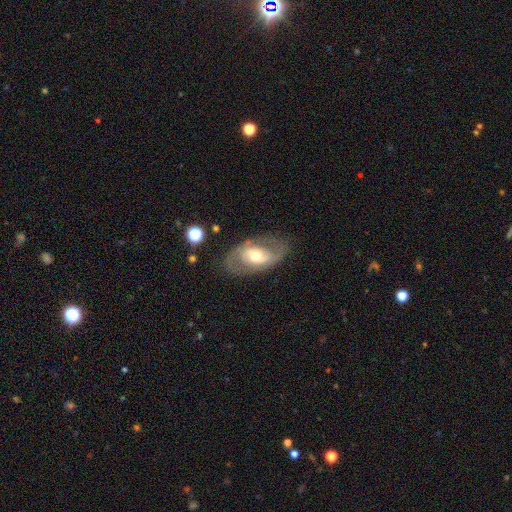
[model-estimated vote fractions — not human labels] smooth-or-featured: featured or disk: 70% | smooth: 24% | star or artifact: 6%
  disk-edge-on: no: 93% | yes: 7%
    bar: no: 50% | weak: 33% | strong: 16%
    has-spiral-arms: yes: 69% | no: 31%
    bulge-size: moderate: 67% | small: 21% | large: 9% | dominant: 1% | none: 1%
  merging: none: 77% | minor disturbance: 14% | major disturbance: 8% | merger: 1%